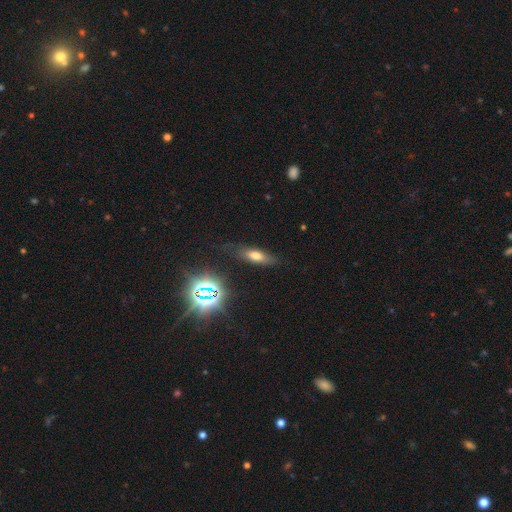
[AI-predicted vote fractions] A smooth galaxy with no disk features (60%) that is in between round and cigar-shaped (59%).

Vote fractions:
- Smooth or featured? smooth: 60% / featured or disk: 21% / star or artifact: 20%
- How rounded? in between: 59% / cigar-shaped: 36% / round: 5%
- Merging? none: 76% / minor disturbance: 16% / major disturbance: 6% / merger: 2%